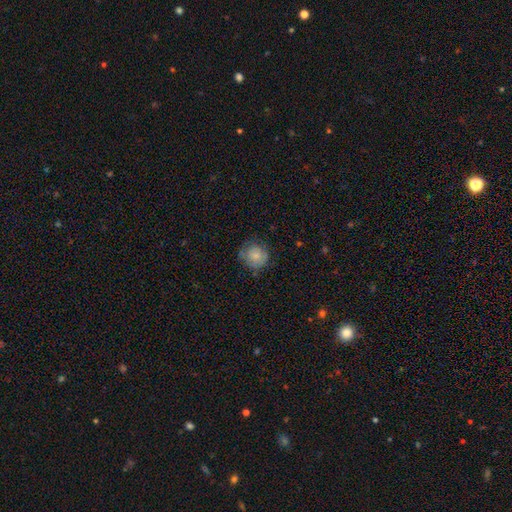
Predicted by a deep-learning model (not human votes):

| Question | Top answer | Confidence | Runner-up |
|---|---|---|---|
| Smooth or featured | smooth | 72% | featured or disk (20%) |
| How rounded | round | 87% | in between (12%) |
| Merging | none | 65% | minor disturbance (25%) |